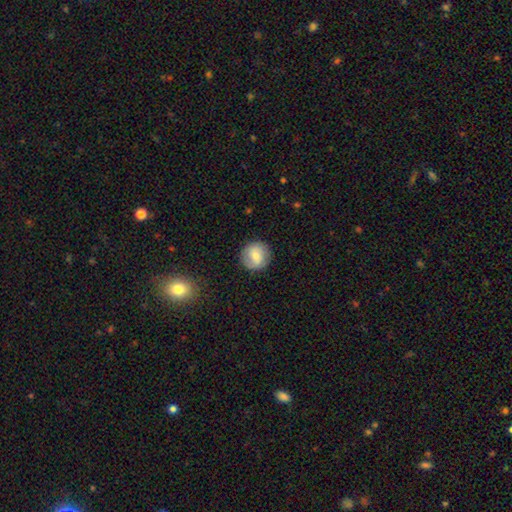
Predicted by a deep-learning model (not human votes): Smooth or featured? smooth (66%)
How rounded? round (92%)
Merging? none (87%)